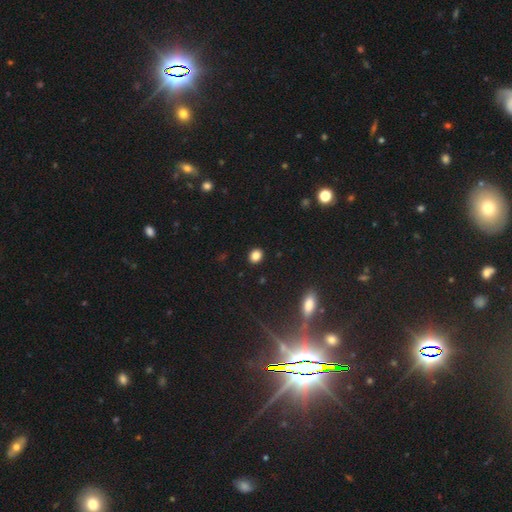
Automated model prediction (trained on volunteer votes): The model was most divided on "how rounded": round: 70%, in between: 29%, cigar-shaped: 1%. More confident: merging — none (91%); smooth or featured — smooth (84%).